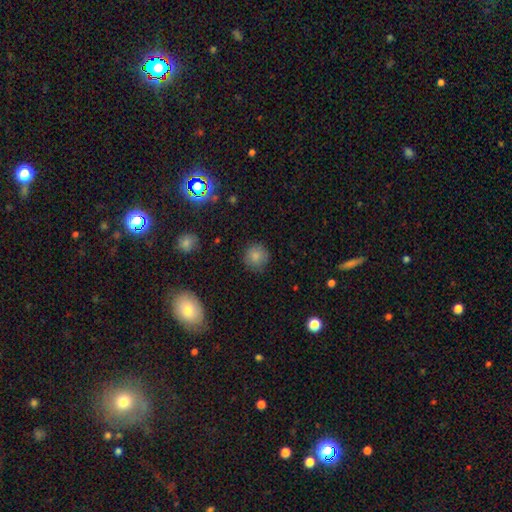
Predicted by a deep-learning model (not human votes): Smooth or featured? Predicted: smooth (p=0.84). How rounded? Predicted: round (p=0.93). Merging? Predicted: none (p=0.86).